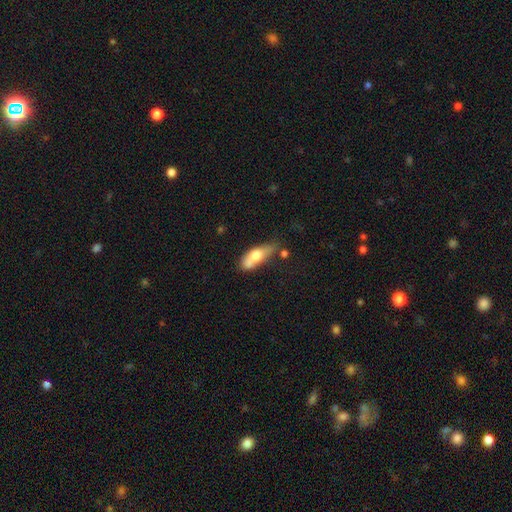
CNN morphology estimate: Smooth or featured: smooth — 60% (featured or disk — 33%)
How rounded: in between — 65% (cigar-shaped — 30%)
Merging: none — 38% (minor disturbance — 25%)